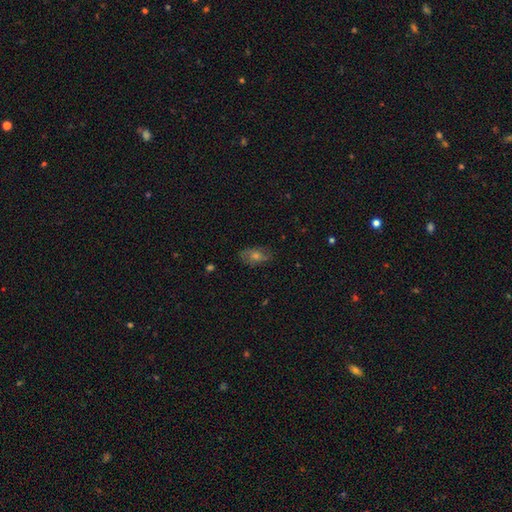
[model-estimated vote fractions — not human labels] smooth 44%, featured or disk 37%, star or artifact 19%. Down the decision tree: merging — none (78%).